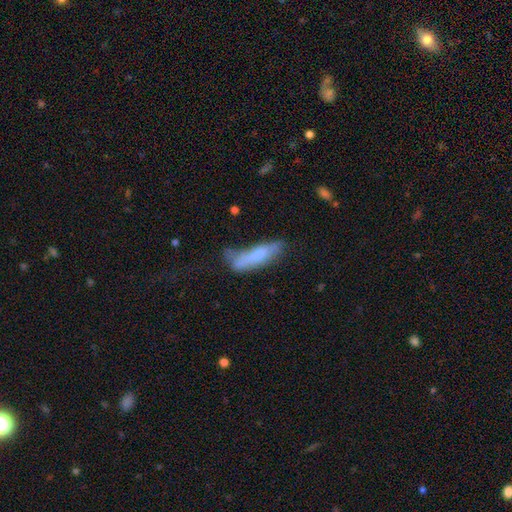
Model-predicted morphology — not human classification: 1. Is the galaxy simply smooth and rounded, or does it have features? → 65% smooth, 27% featured or disk, 7% star or artifact.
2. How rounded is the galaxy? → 70% cigar-shaped, 28% in between, 2% round.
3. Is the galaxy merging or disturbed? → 44% none, 30% minor disturbance, 17% major disturbance, 9% merger.